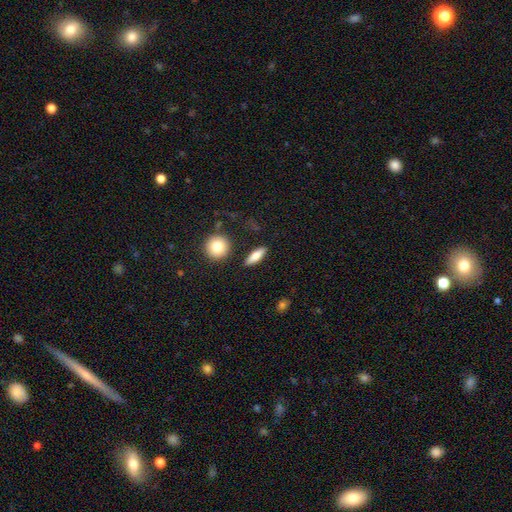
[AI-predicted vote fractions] A smooth galaxy with no disk features (72%) that is in between round and cigar-shaped (51%). Merging: none (87%).